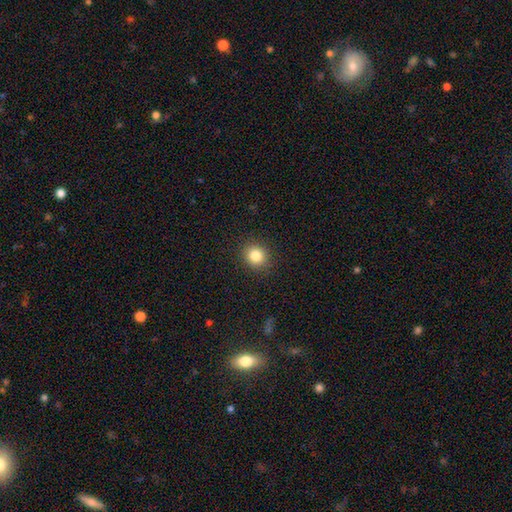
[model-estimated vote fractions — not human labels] Smooth or featured: smooth — 84% (star or artifact — 11%)
How rounded: round — 79% (in between — 20%)
Merging: none — 90% (minor disturbance — 7%)